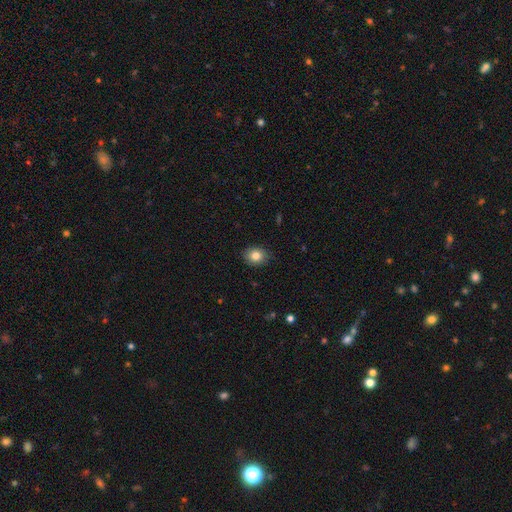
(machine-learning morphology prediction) Overall: smooth (83%). How rounded: round (51%; in between 48%). Merging: none (87%).